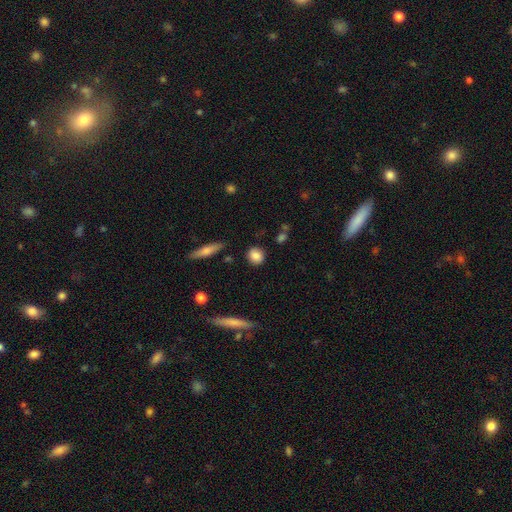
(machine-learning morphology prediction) smooth-or-featured: smooth: 85% | star or artifact: 8% | featured or disk: 7%
  how-rounded: round: 74% | in between: 22% | cigar-shaped: 4%
  merging: none: 85% | minor disturbance: 10% | major disturbance: 3% | merger: 2%